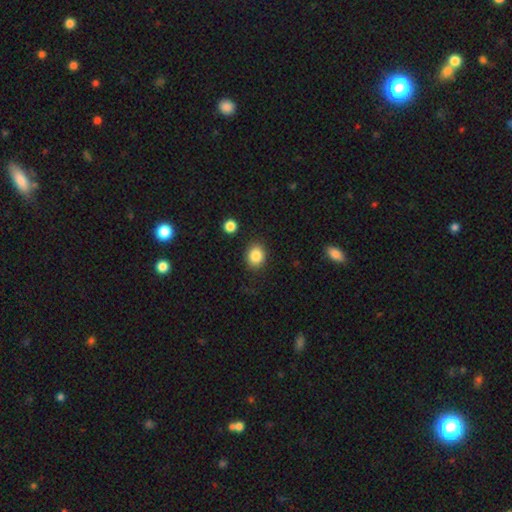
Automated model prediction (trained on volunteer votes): Smooth or featured? Predicted: smooth (p=0.86). How rounded? Predicted: round (p=0.58). Merging? Predicted: none (p=0.85).